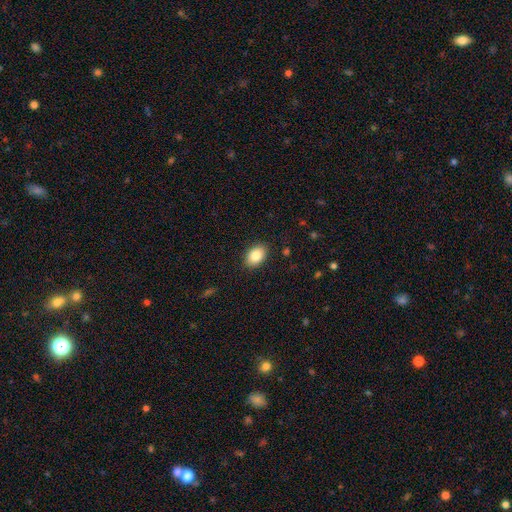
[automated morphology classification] This appears to be a smooth galaxy with no disk features (84%) that is in between round and cigar-shaped (85%). Merging: none (88%).